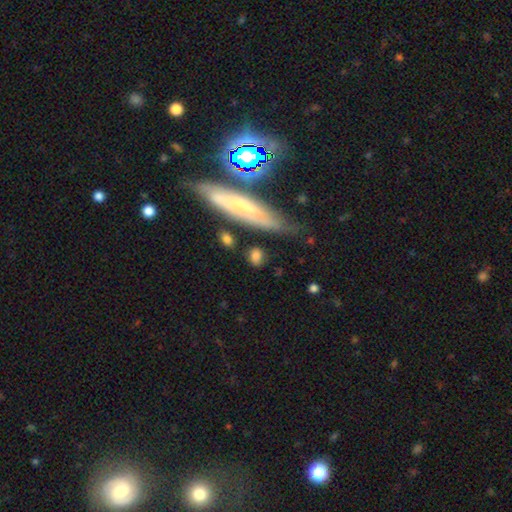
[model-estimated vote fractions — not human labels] smooth 75%, featured or disk 17%, star or artifact 8%. Down the decision tree: how rounded — in between (45%); merging — none (73%).